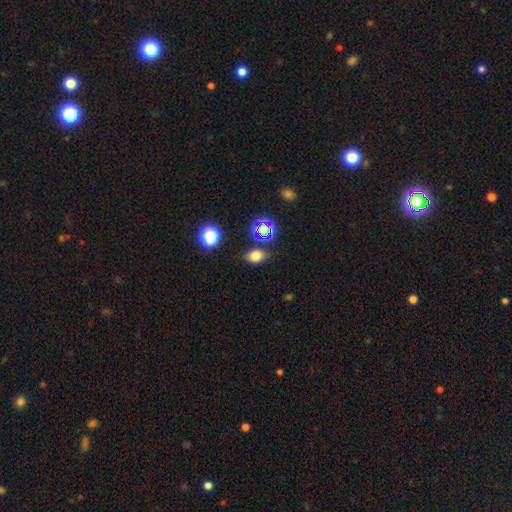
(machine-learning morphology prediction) smooth 70%, star or artifact 22%, featured or disk 8%. Down the decision tree: how rounded — in between (72%); merging — none (78%).